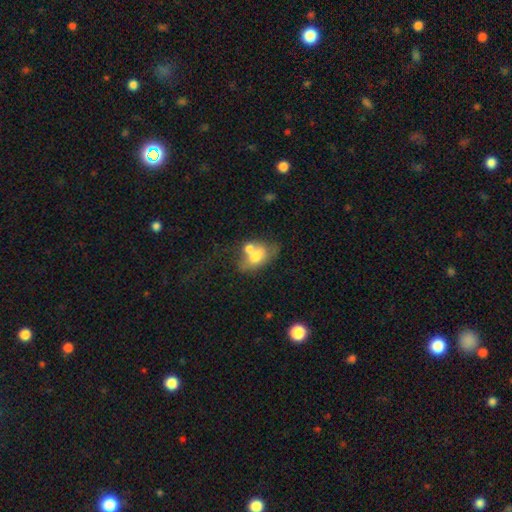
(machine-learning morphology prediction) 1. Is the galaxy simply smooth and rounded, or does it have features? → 63% smooth, 28% featured or disk, 8% star or artifact.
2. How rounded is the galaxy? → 82% in between, 15% round, 2% cigar-shaped.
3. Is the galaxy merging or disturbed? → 46% merger, 28% none, 15% minor disturbance, 10% major disturbance.